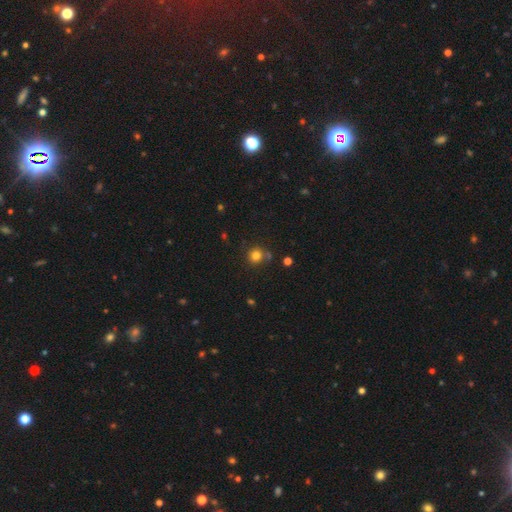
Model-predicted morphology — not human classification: smooth-or-featured: smooth: 79% | star or artifact: 14% | featured or disk: 6%
  how-rounded: round: 91% | in between: 8% | cigar-shaped: 1%
  merging: none: 77% | minor disturbance: 10% | merger: 10% | major disturbance: 3%